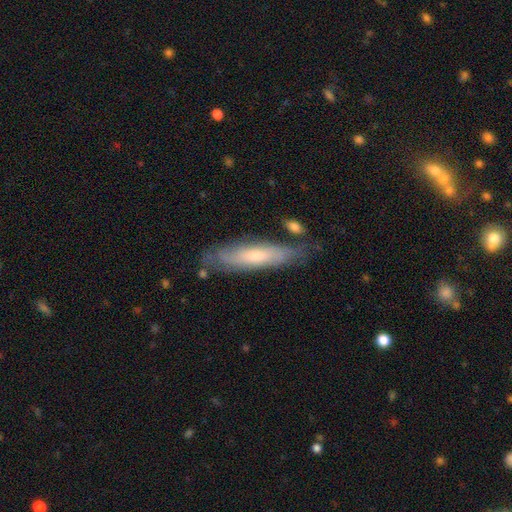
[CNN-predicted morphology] The model was most divided on "smooth or featured": smooth: 53%, featured or disk: 41%, star or artifact: 6%. More confident: how rounded — cigar-shaped (72%); merging — none (69%).